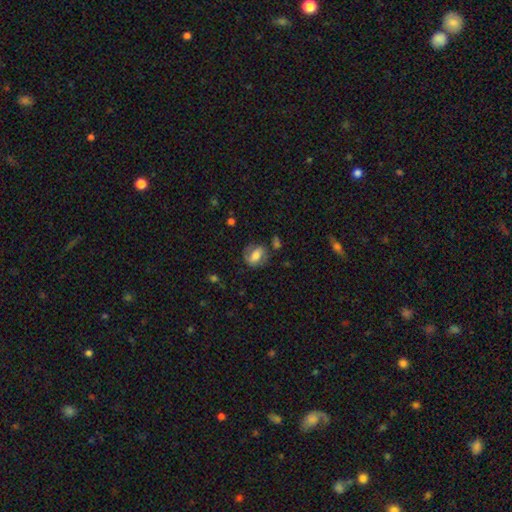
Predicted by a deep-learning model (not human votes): A smooth galaxy with no disk features (54%) that is in between round and cigar-shaped (61%). Merging: none (67%).